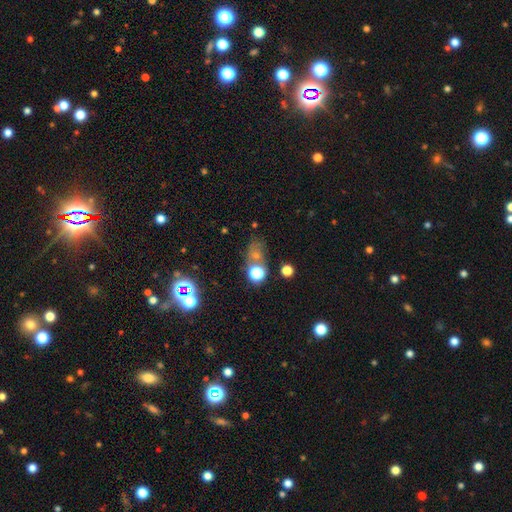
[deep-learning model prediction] Smooth or featured? Predicted: star or artifact (p=0.44, tied with smooth).